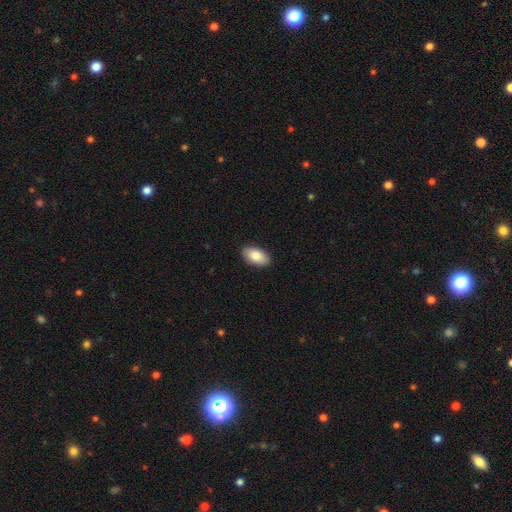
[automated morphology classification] The model was most divided on "smooth or featured": smooth: 84%, featured or disk: 10%, star or artifact: 6%. More confident: how rounded — in between (94%); merging — none (90%).